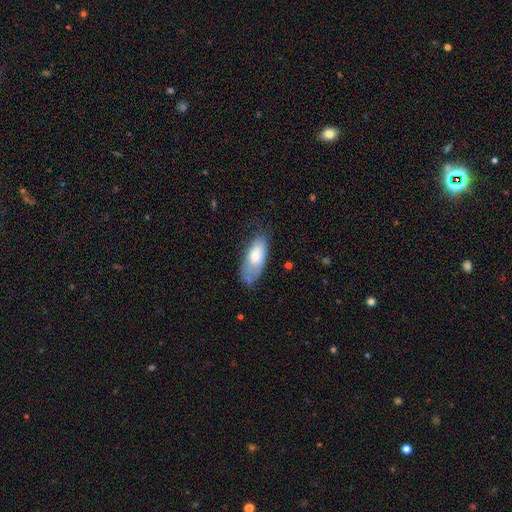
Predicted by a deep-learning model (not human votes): This is likely a smooth galaxy (71%). How rounded: clearly in between (86%). Merging: possibly none (50%).